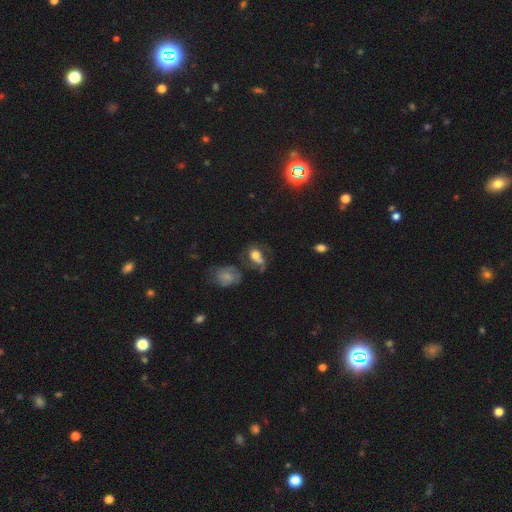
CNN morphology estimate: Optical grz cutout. It shows a smooth galaxy with no disk features (55%) that is in between round and cigar-shaped (68%). Merging: none (33%).